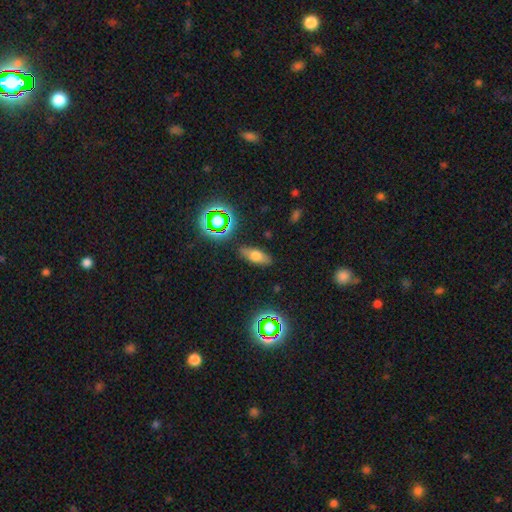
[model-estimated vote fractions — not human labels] smooth_or_featured: smooth (p=0.63) [alt: featured or disk p=0.21]
how_rounded: in between (p=0.75) [alt: cigar-shaped p=0.20]
merging: none (p=0.85) [alt: minor disturbance p=0.10]